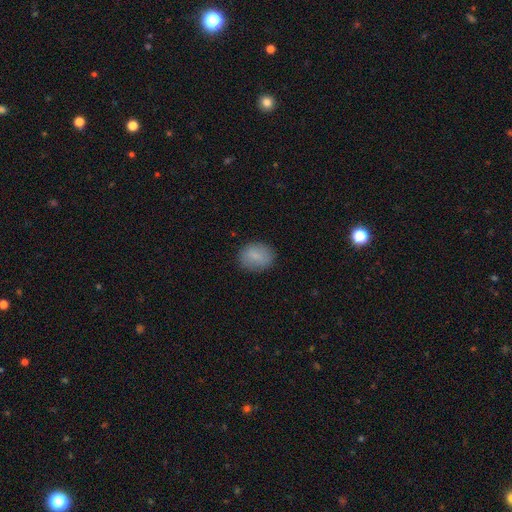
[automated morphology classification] Smooth or featured? Predicted: smooth (p=0.84). How rounded? Predicted: round (p=0.51). Merging? Predicted: none (p=0.85).